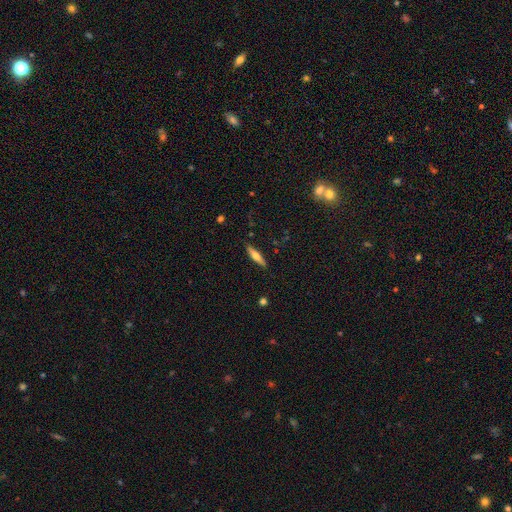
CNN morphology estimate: smooth_or_featured: featured or disk (p=0.48) [alt: smooth p=0.46]
merging: none (p=0.88) [alt: minor disturbance p=0.09]